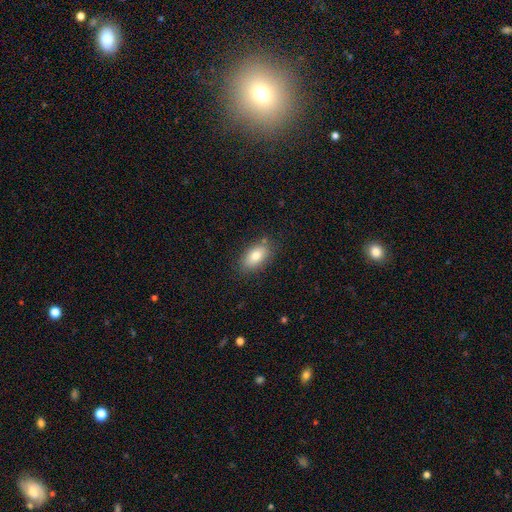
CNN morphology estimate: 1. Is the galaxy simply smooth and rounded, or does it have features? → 79% smooth, 13% featured or disk, 8% star or artifact.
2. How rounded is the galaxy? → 90% in between, 6% round, 4% cigar-shaped.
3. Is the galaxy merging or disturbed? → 82% none, 13% minor disturbance, 3% major disturbance, 2% merger.